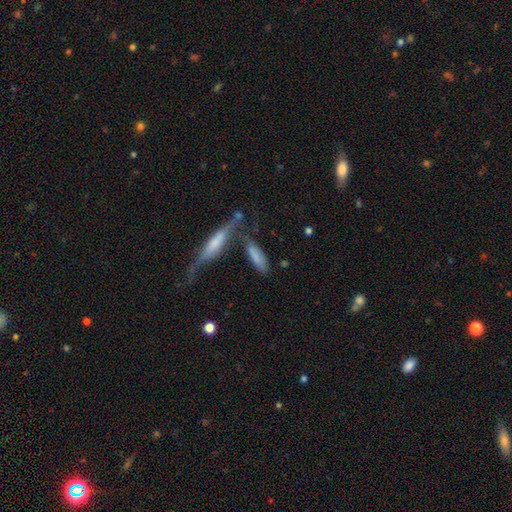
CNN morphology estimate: This is likely a smooth galaxy (73%). How rounded: possibly cigar-shaped (53%). Merging: marginally none (45%).